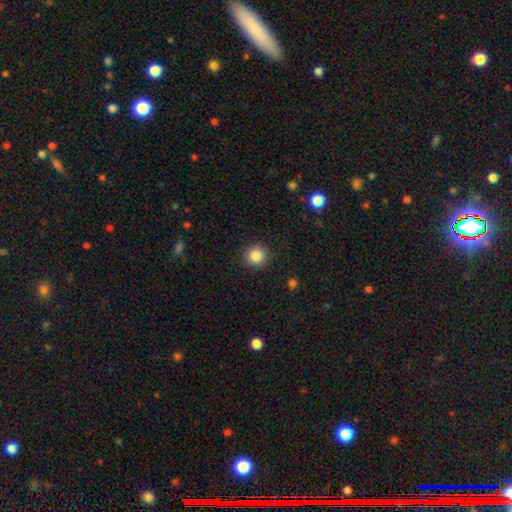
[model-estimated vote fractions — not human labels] Smooth or featured? smooth (86%)
How rounded? round (92%)
Merging? none (90%)